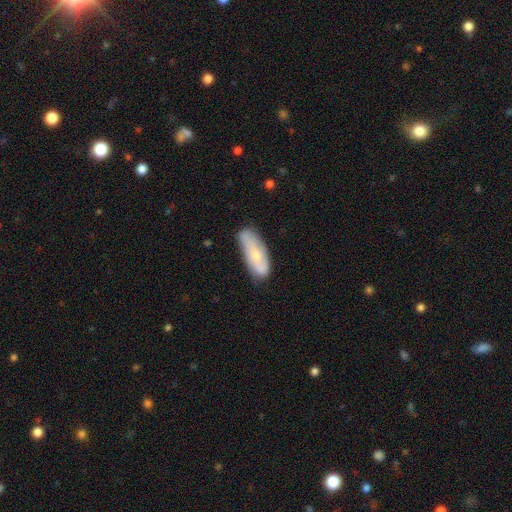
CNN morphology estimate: The model was most divided on "smooth or featured": smooth: 47%, featured or disk: 46%, star or artifact: 7%. More confident: merging — none (70%).